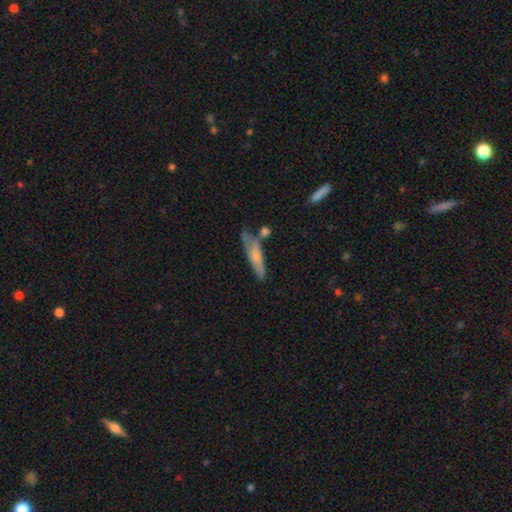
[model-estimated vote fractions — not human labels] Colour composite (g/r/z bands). It shows a smooth galaxy with no disk features (58%) that is cigar-shaped (76%). Merging: none (60%).